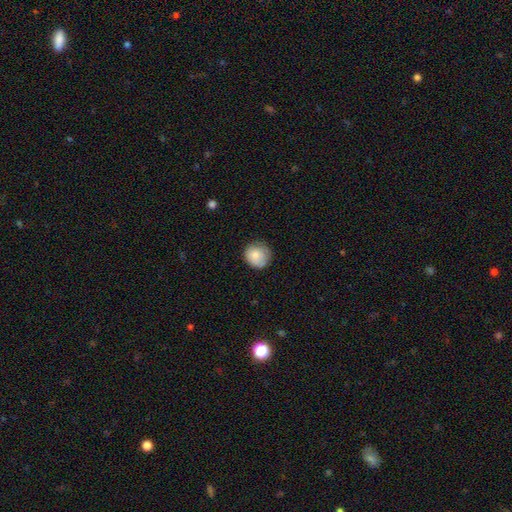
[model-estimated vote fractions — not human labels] A smooth galaxy with no disk features (82%) that is round (90%).

Vote fractions:
- Smooth or featured? smooth: 82% / featured or disk: 11% / star or artifact: 8%
- How rounded? round: 90% / in between: 9% / cigar-shaped: 1%
- Merging? none: 76% / minor disturbance: 19% / major disturbance: 4% / merger: 1%